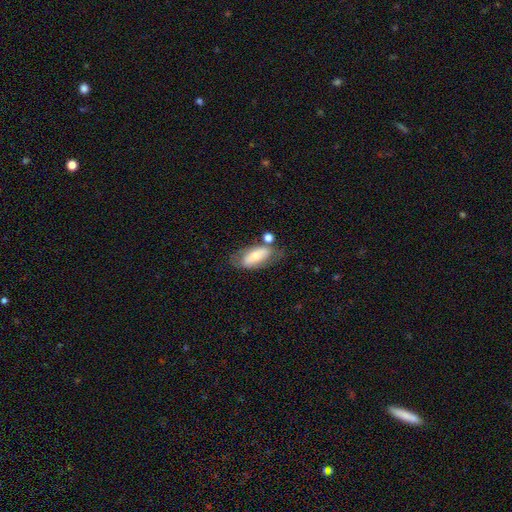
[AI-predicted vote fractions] Smooth or featured: smooth — 58% (featured or disk — 35%)
How rounded: in between — 84% (cigar-shaped — 12%)
Merging: none — 55% (minor disturbance — 21%)